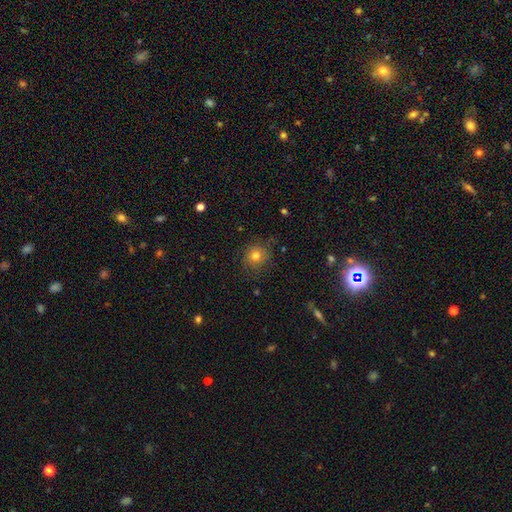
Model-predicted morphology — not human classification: Q: Smooth or featured?
A: smooth (76%); runner-up: star or artifact (14%)
Q: How rounded?
A: round (87%); runner-up: in between (12%)
Q: Merging?
A: none (80%); runner-up: minor disturbance (14%)